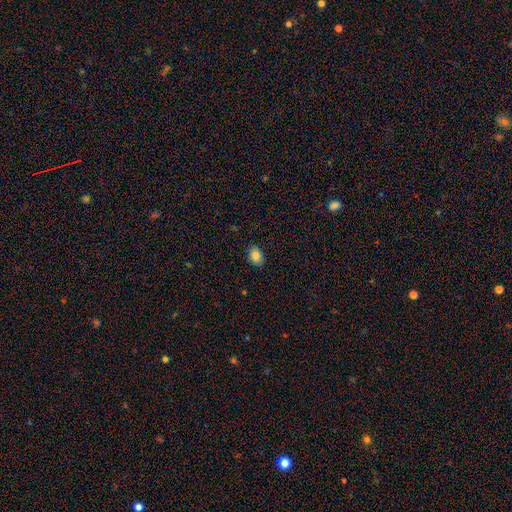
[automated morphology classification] smooth 85%, star or artifact 9%, featured or disk 7%. Down the decision tree: how rounded — in between (75%); merging — none (88%).